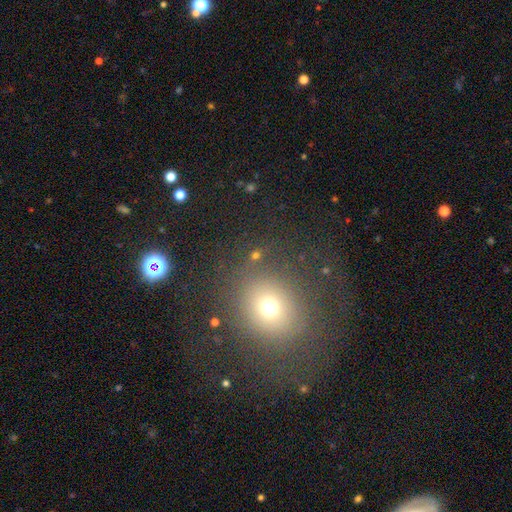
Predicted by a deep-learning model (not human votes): Smooth or featured? smooth (60%)
How rounded? round (81%)
Merging? none (79%)